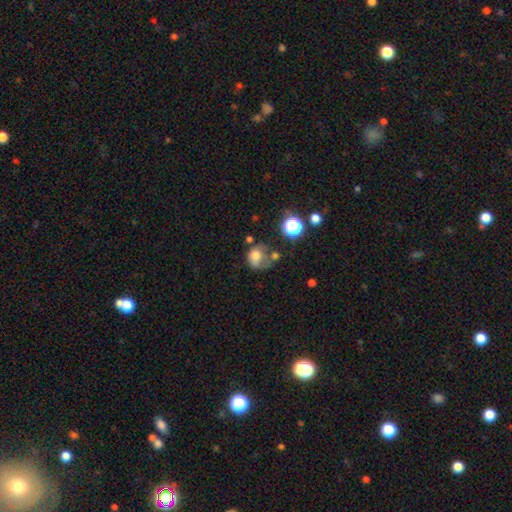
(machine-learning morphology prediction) Smooth or featured? smooth (68%)
How rounded? round (62%)
Merging? none (30%)